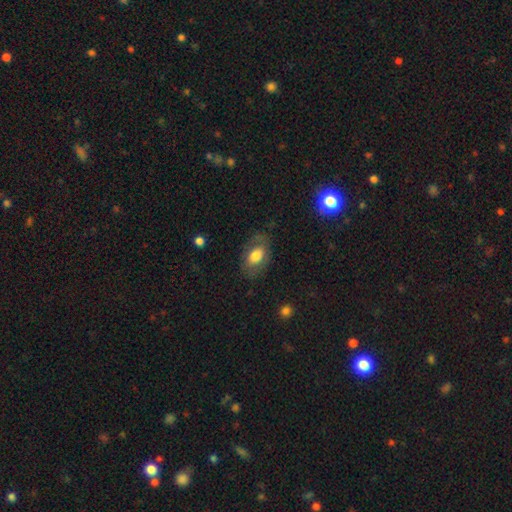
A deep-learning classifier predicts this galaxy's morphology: Smooth or featured: smooth — 68% (featured or disk — 24%)
How rounded: in between — 87% (round — 11%)
Merging: none — 70% (minor disturbance — 19%)